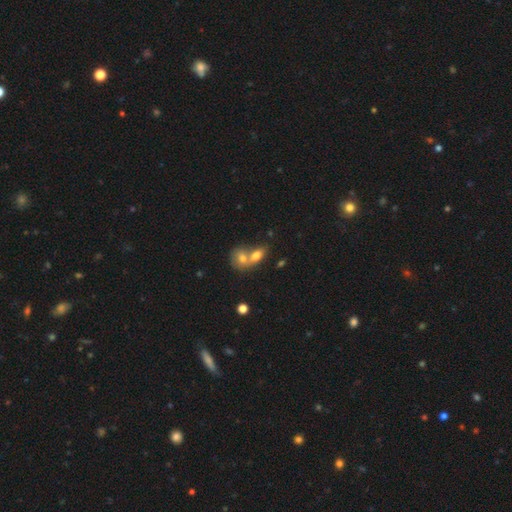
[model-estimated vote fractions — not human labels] A smooth galaxy with no disk features (72%) that is in between round and cigar-shaped (74%). Merging: merger (68%).